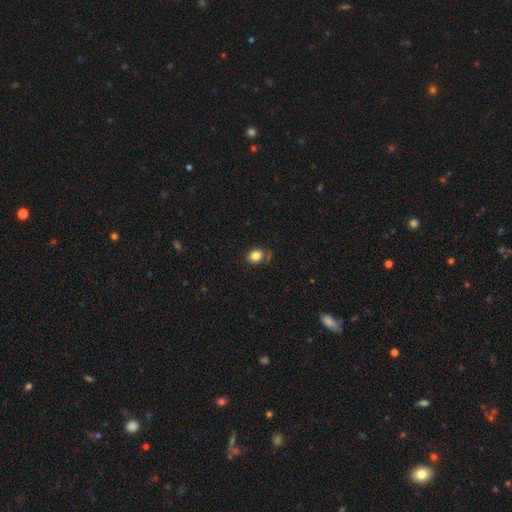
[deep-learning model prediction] Smooth or featured? Predicted: smooth (p=0.82). How rounded? Predicted: round (p=0.50). Merging? Predicted: none (p=0.72).